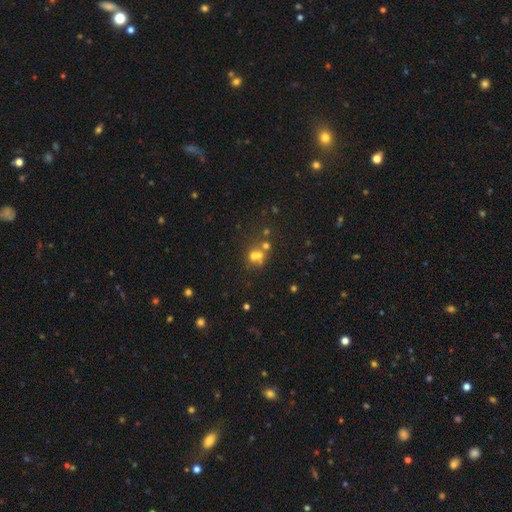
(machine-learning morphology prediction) smooth-or-featured: smooth: 52% | star or artifact: 24% | featured or disk: 24%
  how-rounded: round: 77% | in between: 21% | cigar-shaped: 1%
  merging: merger: 49% | none: 38% | minor disturbance: 8% | major disturbance: 5%